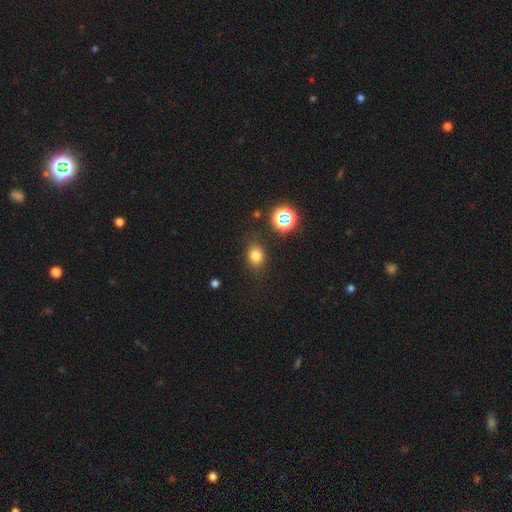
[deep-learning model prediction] smooth 76%, star or artifact 17%, featured or disk 7%. Down the decision tree: how rounded — round (51%); merging — none (81%).